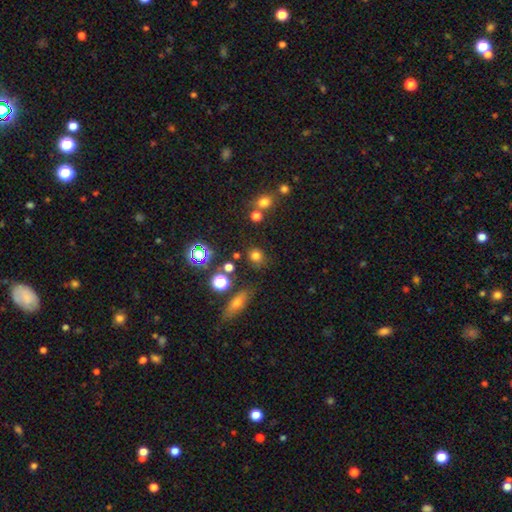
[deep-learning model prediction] Smooth or featured? Predicted: smooth (p=0.73). How rounded? Predicted: round (p=0.82). Merging? Predicted: none (p=0.79).